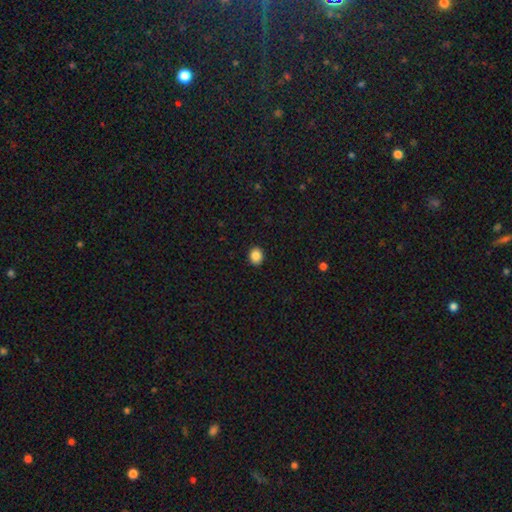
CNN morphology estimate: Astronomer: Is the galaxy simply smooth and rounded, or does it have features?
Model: smooth — 87%.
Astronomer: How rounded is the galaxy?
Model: round — 62% (runner-up: in between, 37%).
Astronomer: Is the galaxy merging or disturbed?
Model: none — 91%.